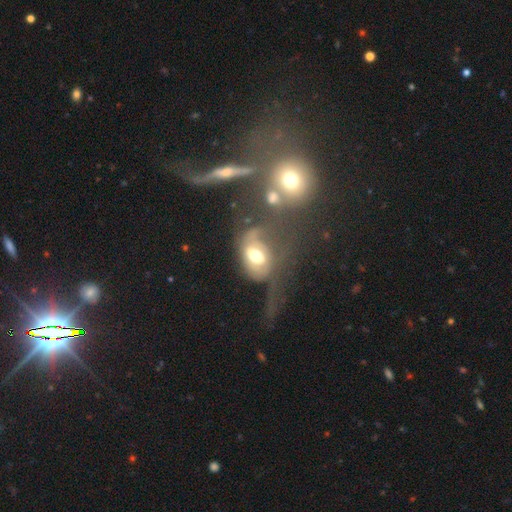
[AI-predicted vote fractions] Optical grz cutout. It shows a featured or disk galaxy (49%). Merging: major disturbance (46%).